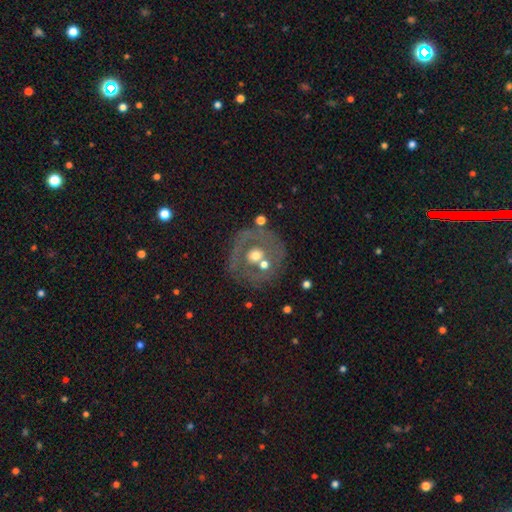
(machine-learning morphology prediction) Overall: featured or disk (53%; smooth 38%). Edge-on disk: no (96%). Bar: no (90%). Spiral arms: no (86%). Bulge size: moderate (73%). Merging: none (65%).